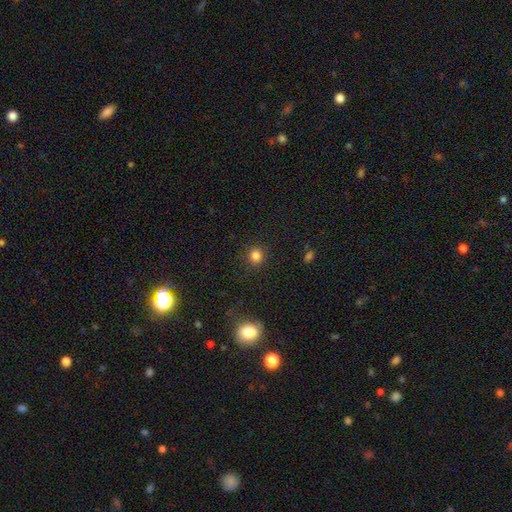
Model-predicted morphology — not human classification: Smooth or featured?
  - smooth: 83% *
  - star or artifact: 13%
  - featured or disk: 4%
How rounded?
  - round: 90% *
  - in between: 9%
  - cigar-shaped: 1%
Merging?
  - none: 89% *
  - minor disturbance: 7%
  - major disturbance: 3%
  - merger: 1%